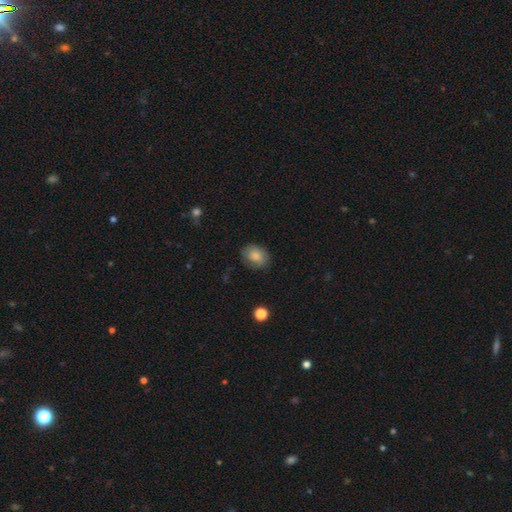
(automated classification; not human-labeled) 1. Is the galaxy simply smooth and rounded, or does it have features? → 80% smooth, 12% featured or disk, 8% star or artifact.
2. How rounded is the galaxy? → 61% in between, 38% round, 1% cigar-shaped.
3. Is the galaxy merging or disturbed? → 75% none, 19% minor disturbance, 5% major disturbance, 1% merger.